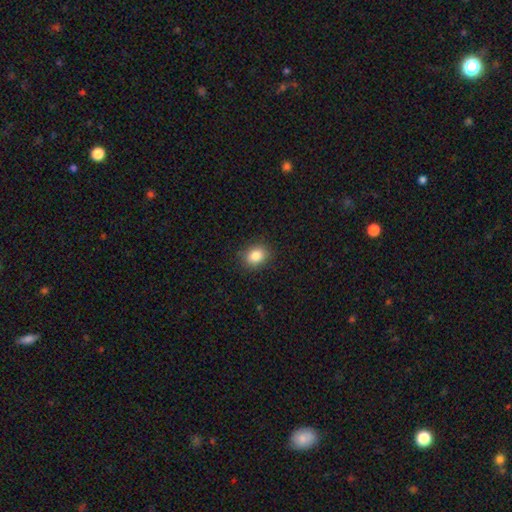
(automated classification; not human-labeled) Smooth or featured? Predicted: smooth (p=0.85). How rounded? Predicted: round (p=0.52). Merging? Predicted: none (p=0.88).